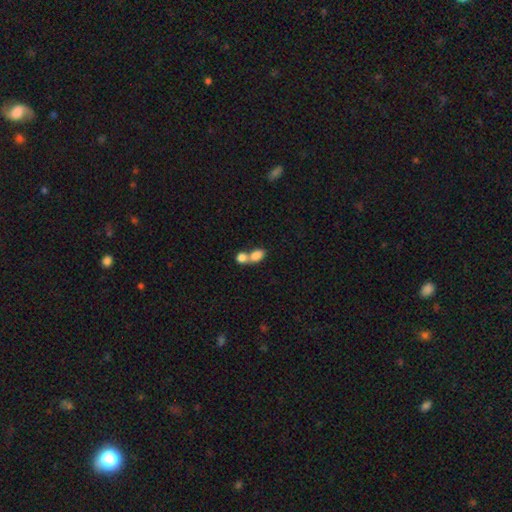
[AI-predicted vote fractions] This is clearly a smooth galaxy (81%). How rounded: likely in between (79%). Merging: likely merger (69%).